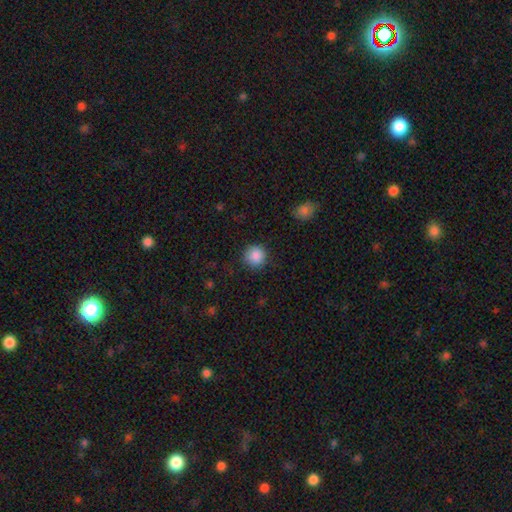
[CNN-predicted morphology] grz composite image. It shows a smooth galaxy with no disk features (88%) that is round (94%). Merging: none (88%).